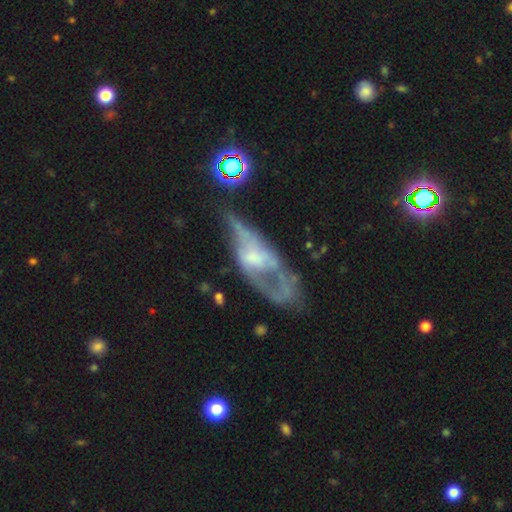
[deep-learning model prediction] Morphology: type=featured or disk (66%); edge-on=no (78%); bar=no (71%); spiral arms=no (57%); bulge=moderate (33%); merging=major disturbance (36%).